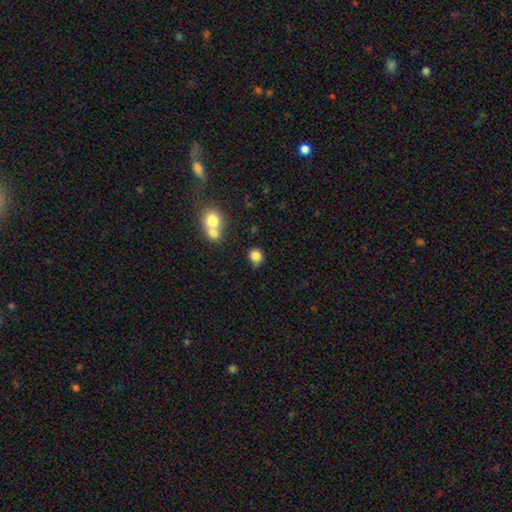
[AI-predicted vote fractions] Morphology: type=smooth (84%); roundness=round (84%); merging=none (73%).